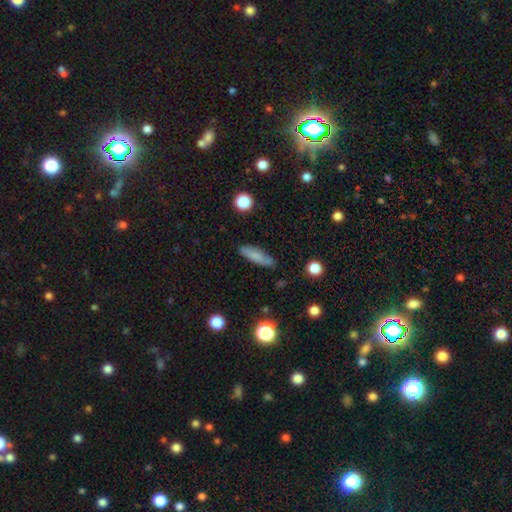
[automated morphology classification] This appears to be a smooth galaxy with no disk features (76%) that is cigar-shaped (56%). Merging: none (80%).